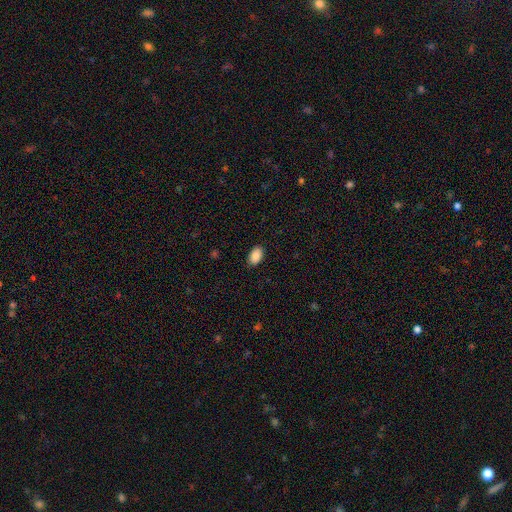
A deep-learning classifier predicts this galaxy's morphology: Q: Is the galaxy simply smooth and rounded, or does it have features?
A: smooth — 89%.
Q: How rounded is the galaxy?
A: in between — 93%.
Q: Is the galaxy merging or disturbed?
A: none — 88%.